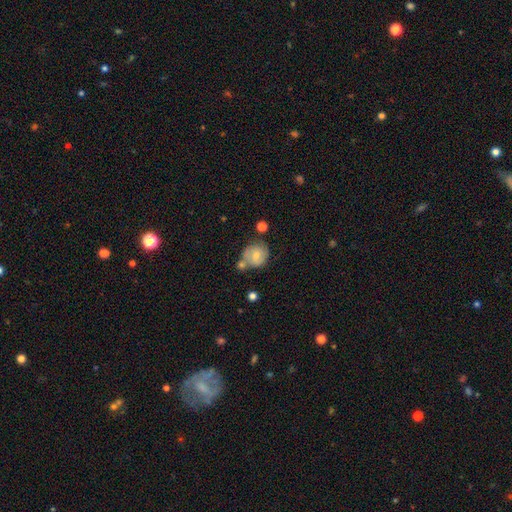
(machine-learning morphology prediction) Smooth or featured? smooth (56%)
How rounded? round (78%)
Merging? none (49%)